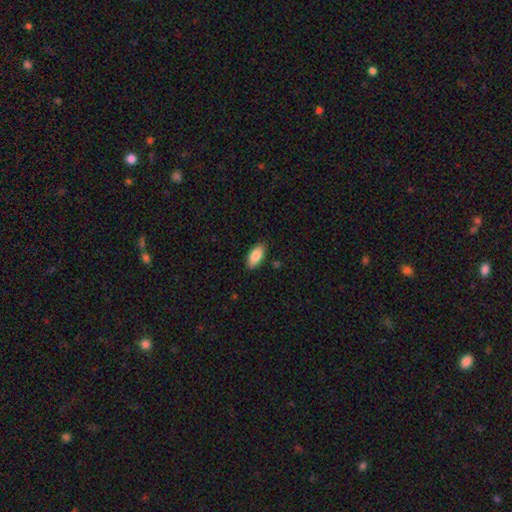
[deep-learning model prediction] A smooth galaxy with no disk features (86%) that is in between round and cigar-shaped (91%). Merging: none (87%).